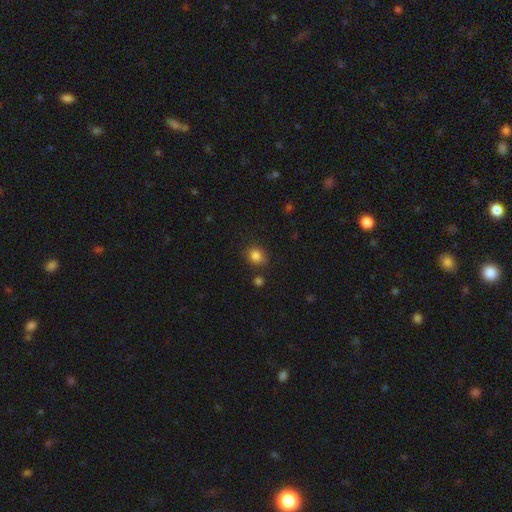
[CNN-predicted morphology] This appears to be a smooth galaxy with no disk features (84%) that is round (70%). Merging: none (78%).